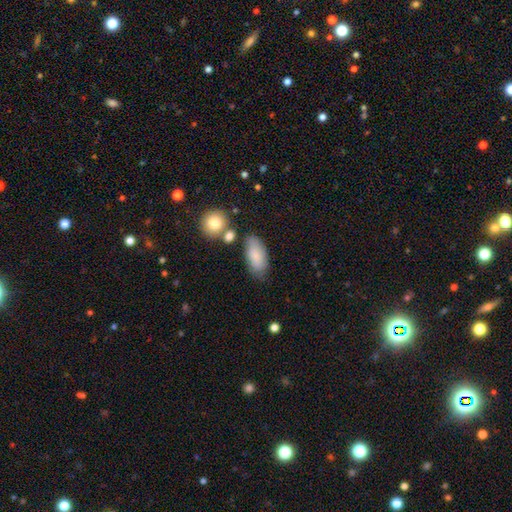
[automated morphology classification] A smooth galaxy with no disk features (81%) that is in between round and cigar-shaped (91%). Merging: none (67%).